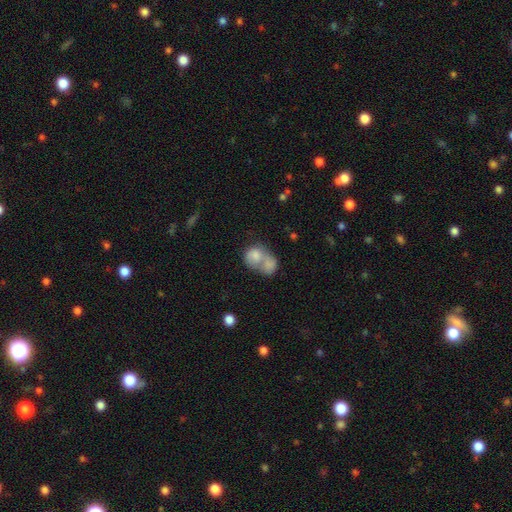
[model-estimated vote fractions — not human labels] Smooth or featured? Predicted: smooth (p=0.75). How rounded? Predicted: round (p=0.51). Merging? Predicted: merger (p=0.72).